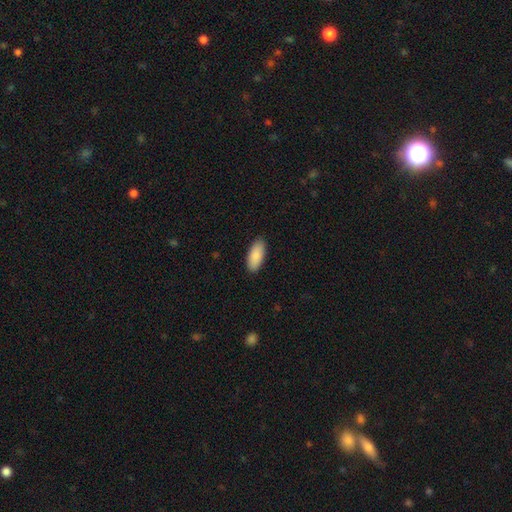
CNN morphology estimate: smooth_or_featured: smooth (p=0.89) [alt: star or artifact p=0.06]
how_rounded: in between (p=0.89) [alt: cigar-shaped p=0.09]
merging: none (p=0.89) [alt: minor disturbance p=0.08]